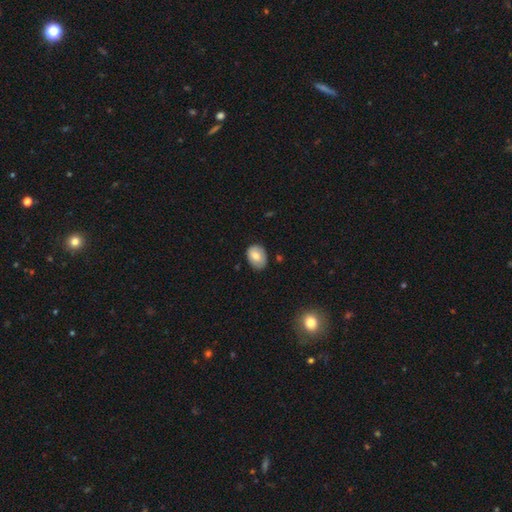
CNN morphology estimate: A smooth galaxy with no disk features (78%) that is in between round and cigar-shaped (70%). Merging: none (77%).